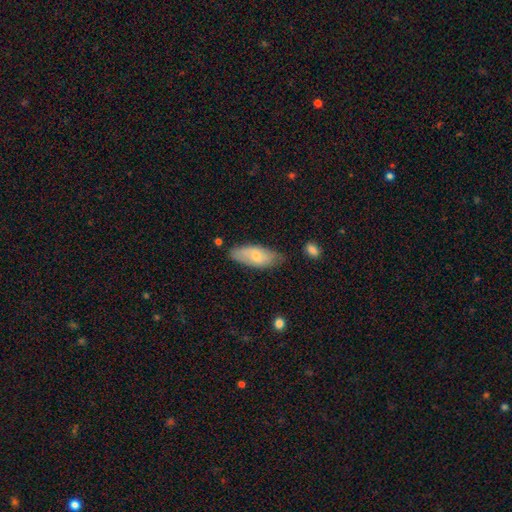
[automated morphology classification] smooth 66%, featured or disk 28%, star or artifact 6%. Down the decision tree: how rounded — in between (83%); merging — none (68%).